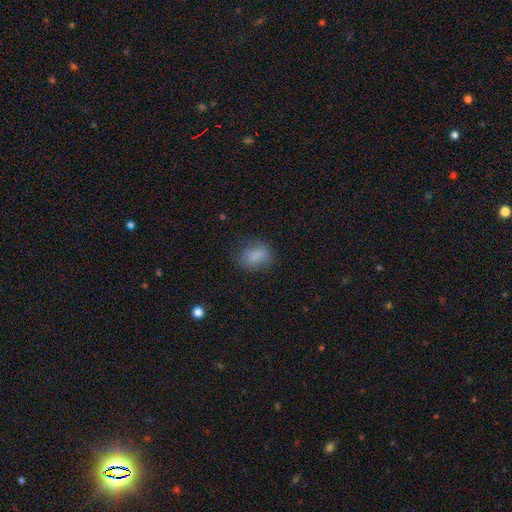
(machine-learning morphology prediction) smooth-or-featured: smooth: 82% | star or artifact: 9% | featured or disk: 9%
  how-rounded: in between: 70% | round: 28% | cigar-shaped: 2%
  merging: none: 69% | minor disturbance: 21% | major disturbance: 8% | merger: 1%